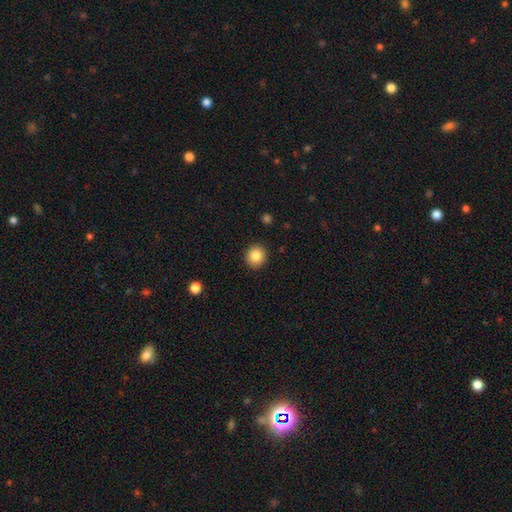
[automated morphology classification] The model was most divided on "smooth or featured": smooth: 85%, star or artifact: 9%, featured or disk: 6%. More confident: merging — none (91%); how rounded — round (89%).